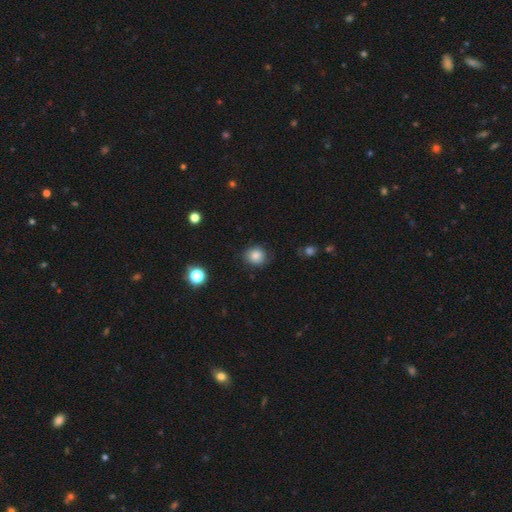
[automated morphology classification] This appears to be a smooth galaxy with no disk features (82%) that is round (79%). Merging: none (76%).